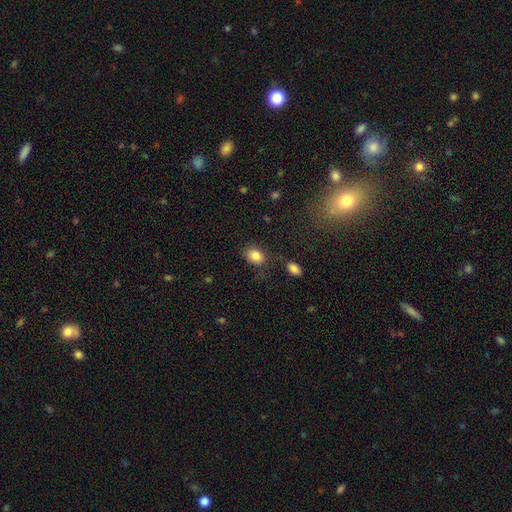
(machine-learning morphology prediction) type=smooth (84%); roundness=in between (65%); merging=none (76%).